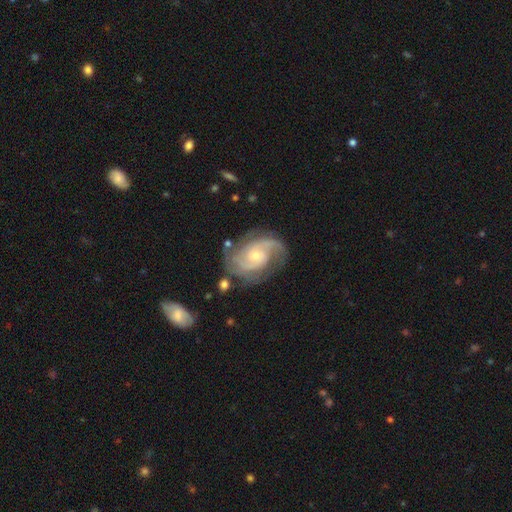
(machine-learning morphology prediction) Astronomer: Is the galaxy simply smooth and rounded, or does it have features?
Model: featured or disk — 88%.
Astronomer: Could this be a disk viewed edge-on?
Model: no — 98%.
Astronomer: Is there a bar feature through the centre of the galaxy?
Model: no — 63%.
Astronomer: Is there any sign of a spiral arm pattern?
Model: yes — 97%.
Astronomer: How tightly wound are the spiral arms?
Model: medium — 48% (runner-up: tight, 37%).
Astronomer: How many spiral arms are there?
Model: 2 — 66%.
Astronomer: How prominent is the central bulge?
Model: small — 60% (runner-up: moderate, 35%).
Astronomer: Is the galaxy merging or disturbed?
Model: none — 69%.